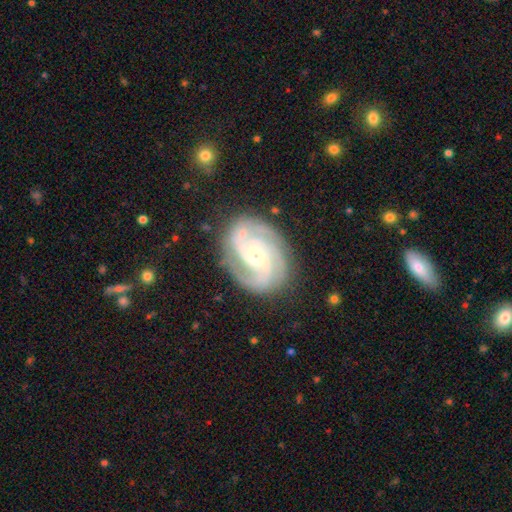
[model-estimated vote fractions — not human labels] This appears to be a featured or disk galaxy (90%) with no bar (60%), 3 (47%) tight (58%) spiral arms (98%) and a small central bulge (54%). Merging: none (79%).